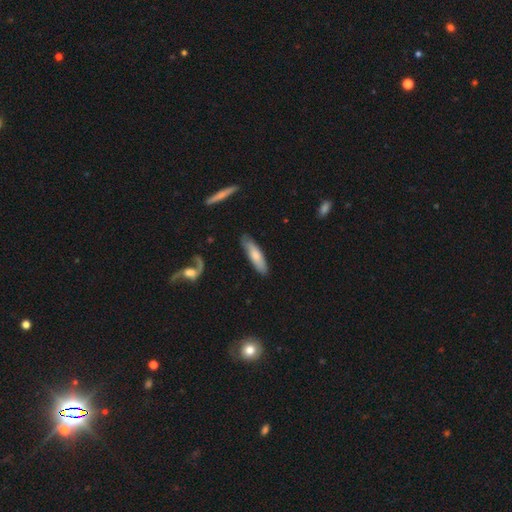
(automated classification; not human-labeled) A smooth galaxy with no disk features (70%) that is cigar-shaped (64%).

Vote fractions:
- Smooth or featured? smooth: 70% / featured or disk: 25% / star or artifact: 5%
- How rounded? cigar-shaped: 64% / in between: 34% / round: 2%
- Merging? none: 80% / minor disturbance: 14% / major disturbance: 3% / merger: 2%